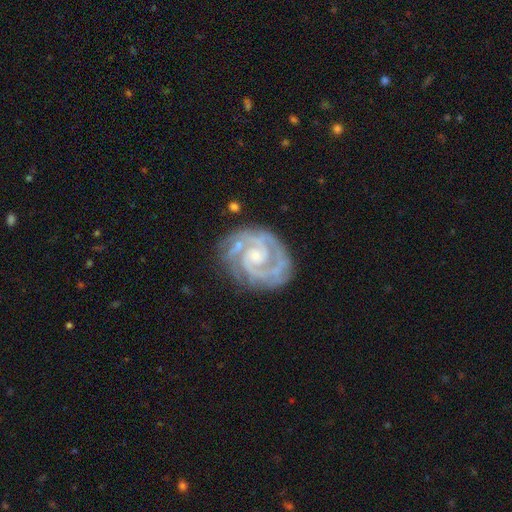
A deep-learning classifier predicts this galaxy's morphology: smooth_or_featured: featured or disk (p=0.92) [alt: star or artifact p=0.04]
disk_edge_on: no (p=0.98) [alt: yes p=0.02]
bar: no (p=0.60) [alt: weak p=0.31]
has_spiral_arms: yes (p=0.98) [alt: no p=0.02]
spiral_winding: tight (p=0.71) [alt: medium p=0.27]
spiral_arm_count: 2 (p=0.60) [alt: 3 p=0.22]
bulge_size: small (p=0.55) [alt: moderate p=0.35]
merging: none (p=0.75) [alt: minor disturbance p=0.17]